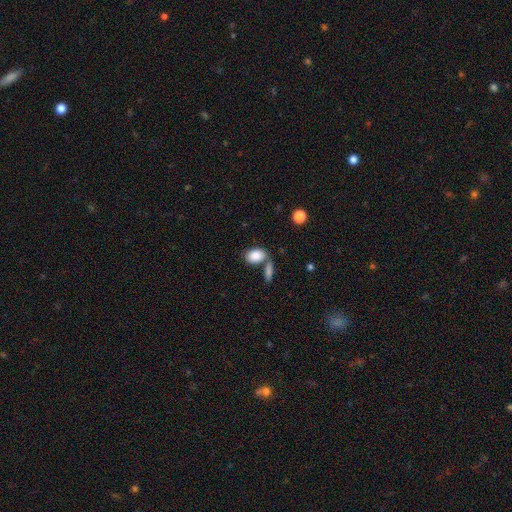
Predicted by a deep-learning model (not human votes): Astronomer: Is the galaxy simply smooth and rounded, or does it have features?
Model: smooth — 86%.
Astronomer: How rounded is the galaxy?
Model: in between — 84%.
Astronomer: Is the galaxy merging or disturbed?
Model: none — 54%.